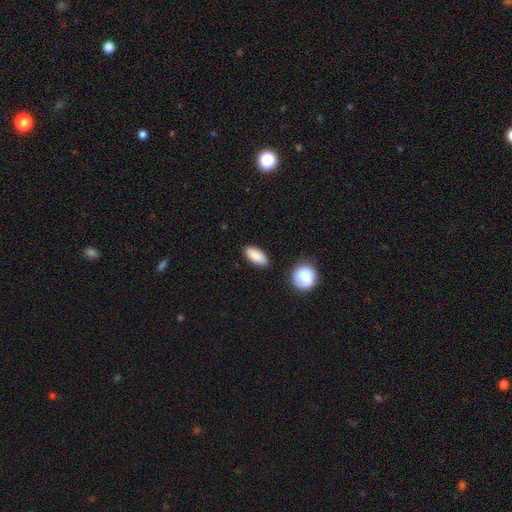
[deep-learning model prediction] Smooth or featured? smooth (89%)
How rounded? in between (88%)
Merging? none (84%)